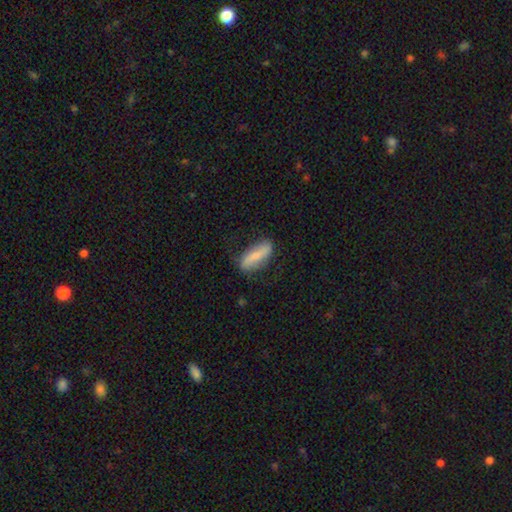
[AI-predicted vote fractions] The model was most divided on "how rounded": in between: 55%, cigar-shaped: 42%, round: 3%. More confident: merging — none (75%); smooth or featured — smooth (60%).